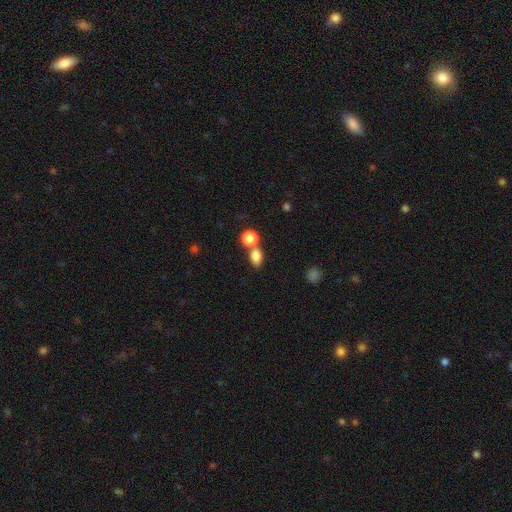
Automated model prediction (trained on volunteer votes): Smooth or featured: smooth — 82% (star or artifact — 11%)
How rounded: in between — 69% (round — 29%)
Merging: none — 48% (merger — 39%)